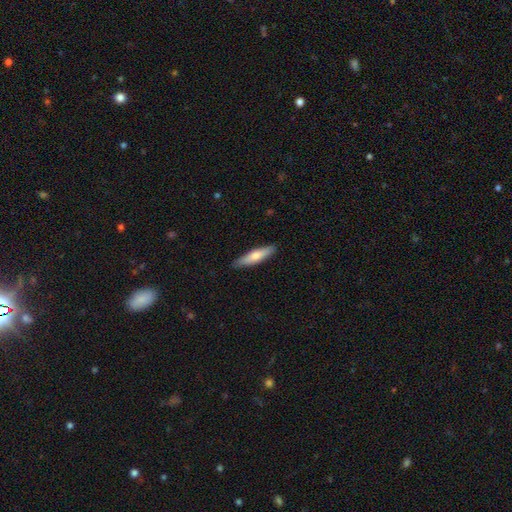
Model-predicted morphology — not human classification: This is likely a smooth galaxy (65%). How rounded: likely cigar-shaped (77%). Merging: clearly none (88%).